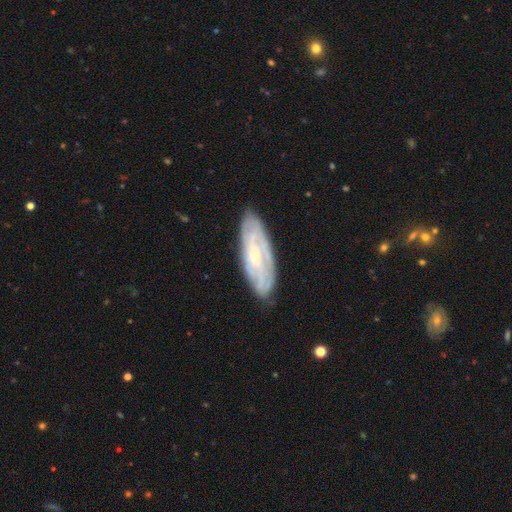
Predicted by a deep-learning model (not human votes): Morphology: type=featured or disk (71%); edge-on=no (82%); bar=no (58%); spiral arms=yes (87%); winding=tight (69%); arm count=can't tell (53%); bulge=small (71%); merging=none (82%).